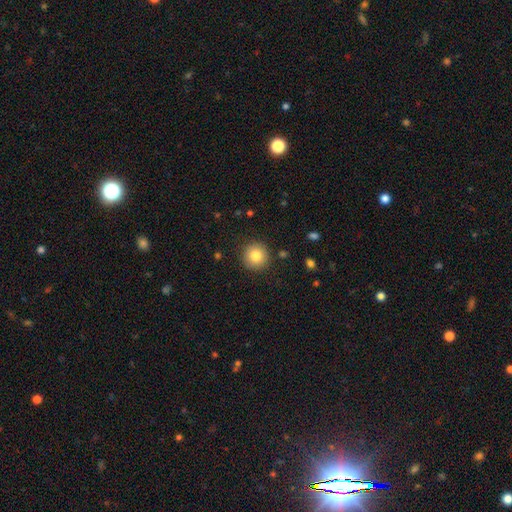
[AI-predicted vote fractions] Smooth or featured?
  - smooth: 83% *
  - star or artifact: 9%
  - featured or disk: 8%
How rounded?
  - round: 95% *
  - in between: 4%
  - cigar-shaped: 1%
Merging?
  - none: 90% *
  - minor disturbance: 7%
  - major disturbance: 2%
  - merger: 1%